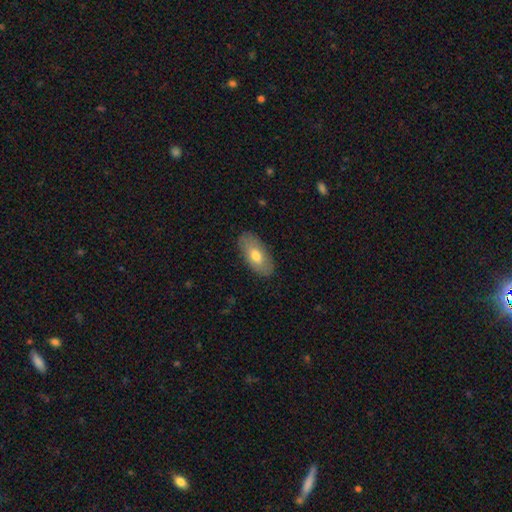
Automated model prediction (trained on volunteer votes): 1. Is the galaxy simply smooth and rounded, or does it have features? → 71% smooth, 23% featured or disk, 6% star or artifact.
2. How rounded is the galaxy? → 92% in between, 5% cigar-shaped, 3% round.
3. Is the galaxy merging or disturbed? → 85% none, 11% minor disturbance, 2% major disturbance, 1% merger.